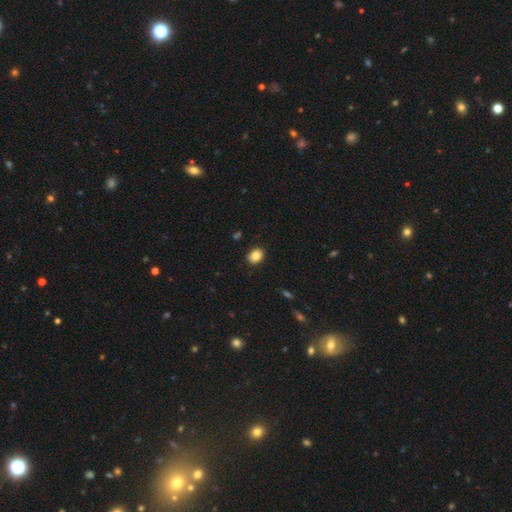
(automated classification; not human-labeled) The model was most divided on "how rounded": in between: 58%, round: 41%, cigar-shaped: 1%. More confident: merging — none (88%); smooth or featured — smooth (85%).